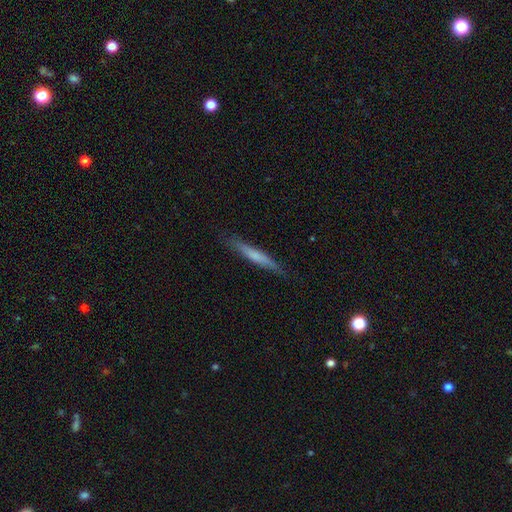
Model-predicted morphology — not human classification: Overall: smooth (55%; featured or disk 39%). How rounded: cigar-shaped (95%). Merging: none (85%).